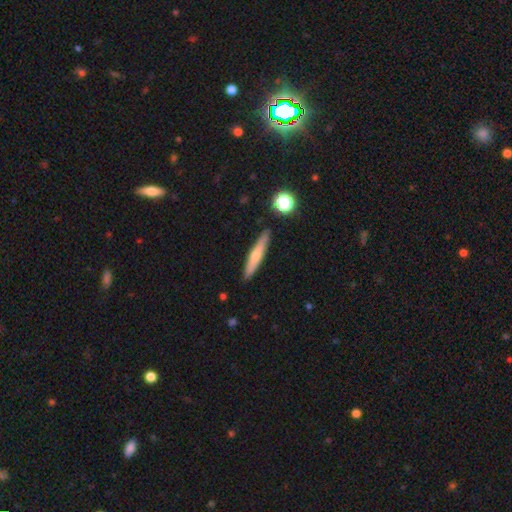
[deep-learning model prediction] A smooth galaxy with no disk features (57%) that is cigar-shaped (91%). Merging: none (89%).